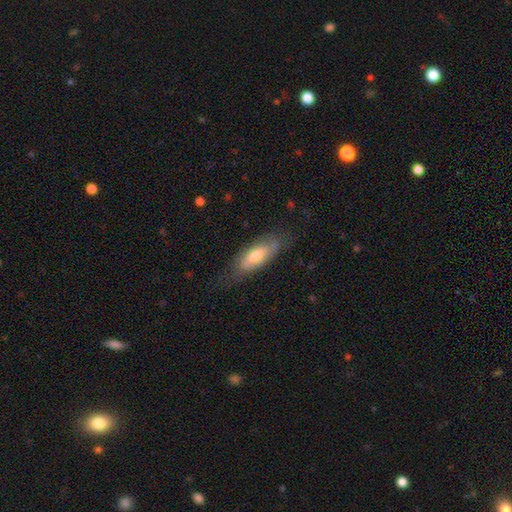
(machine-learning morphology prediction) This is possibly a smooth galaxy (55%). How rounded: likely in between (65%). Merging: likely none (66%).